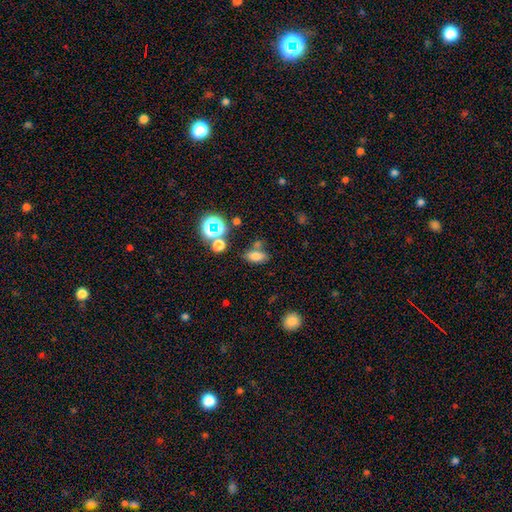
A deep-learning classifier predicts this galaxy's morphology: The model was most divided on "merging": none: 65%, minor disturbance: 15%, merger: 15%, major disturbance: 6%. More confident: how rounded — in between (82%); smooth or featured — smooth (72%).